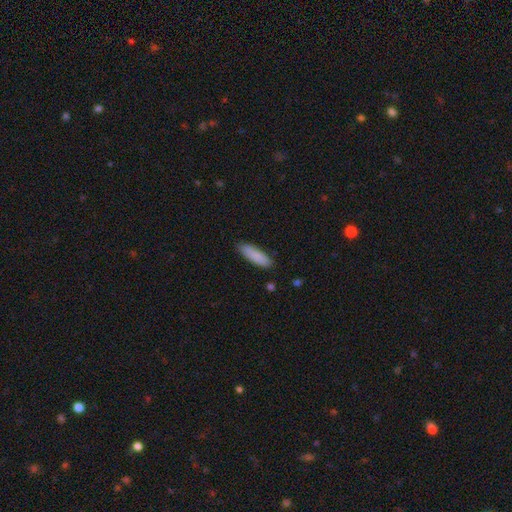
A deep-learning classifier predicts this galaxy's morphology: type=smooth (87%); roundness=cigar-shaped (54%); merging=none (84%).